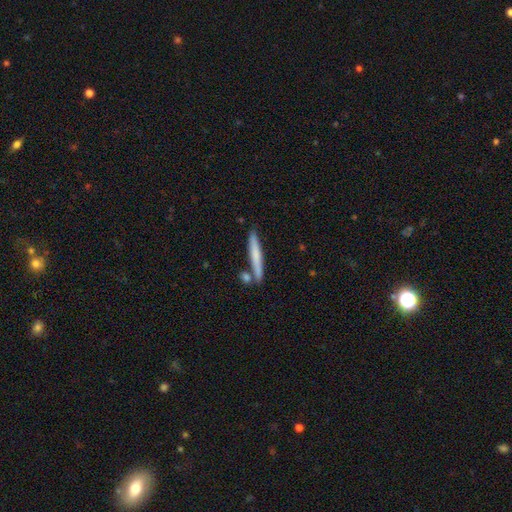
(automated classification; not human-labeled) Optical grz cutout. It shows a smooth galaxy with no disk features (62%) that is cigar-shaped (95%). Merging: none (78%).